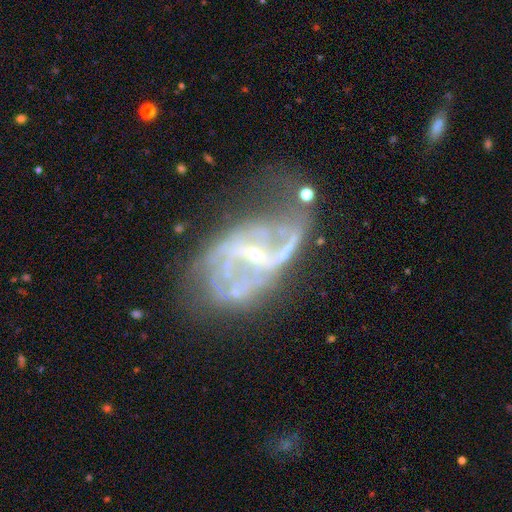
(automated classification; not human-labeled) smooth_or_featured: featured or disk (p=0.85) [alt: star or artifact p=0.08]
disk_edge_on: no (p=0.96) [alt: yes p=0.04]
bar: weak (p=0.38) [alt: strong p=0.32]
has_spiral_arms: yes (p=0.83) [alt: no p=0.17]
spiral_winding: loose (p=0.47) [alt: medium p=0.37]
spiral_arm_count: 2 (p=0.53) [alt: can't tell p=0.22]
bulge_size: small (p=0.78) [alt: moderate p=0.17]
merging: none (p=0.34) [tied with: major disturbance p=0.34]